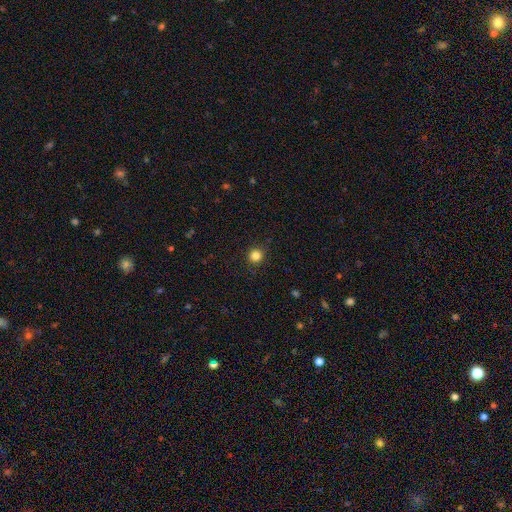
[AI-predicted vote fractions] Smooth or featured? smooth (84%)
How rounded? round (93%)
Merging? none (89%)